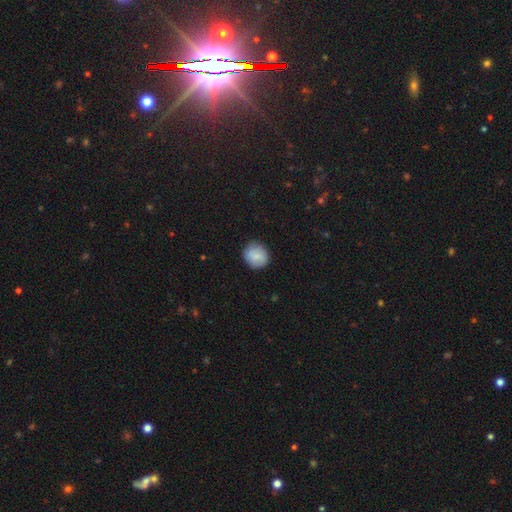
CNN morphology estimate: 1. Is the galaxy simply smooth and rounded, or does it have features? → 79% smooth, 14% featured or disk, 7% star or artifact.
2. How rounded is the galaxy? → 86% round, 13% in between, 1% cigar-shaped.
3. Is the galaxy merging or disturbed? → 84% none, 13% minor disturbance, 3% major disturbance, 1% merger.